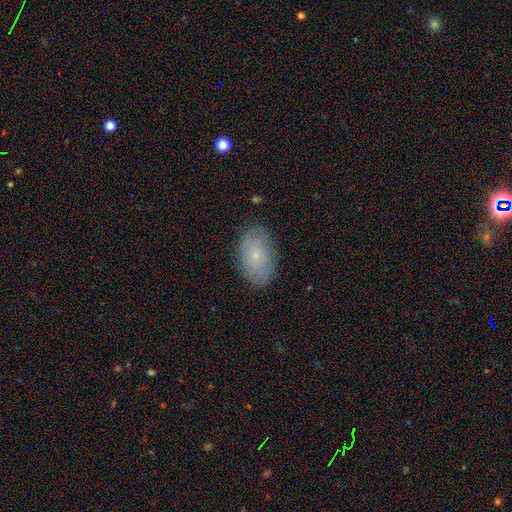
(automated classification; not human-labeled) Q: Smooth or featured?
A: smooth (64%); runner-up: featured or disk (28%)
Q: How rounded?
A: in between (92%); runner-up: round (7%)
Q: Merging?
A: none (80%); runner-up: minor disturbance (15%)